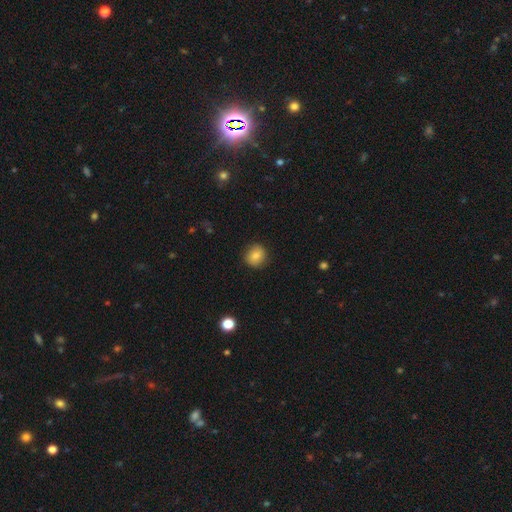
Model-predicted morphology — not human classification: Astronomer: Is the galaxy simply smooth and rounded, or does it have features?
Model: smooth — 82%.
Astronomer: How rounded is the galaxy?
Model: round — 88%.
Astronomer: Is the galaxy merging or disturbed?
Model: none — 88%.